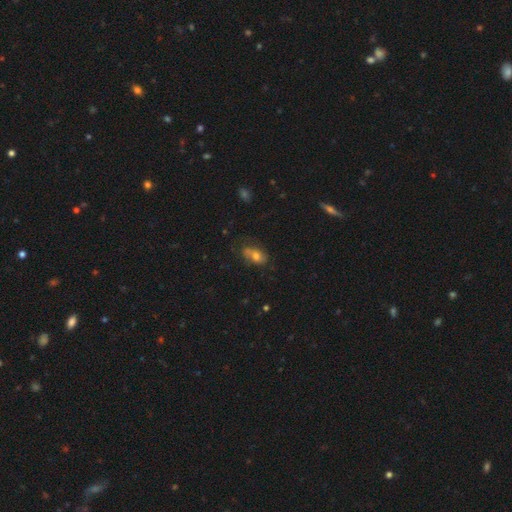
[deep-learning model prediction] Smooth or featured?
  - smooth: 56% *
  - featured or disk: 31%
  - star or artifact: 13%
How rounded?
  - in between: 82% *
  - round: 14%
  - cigar-shaped: 4%
Merging?
  - none: 50% *
  - minor disturbance: 27%
  - major disturbance: 13%
  - merger: 10%